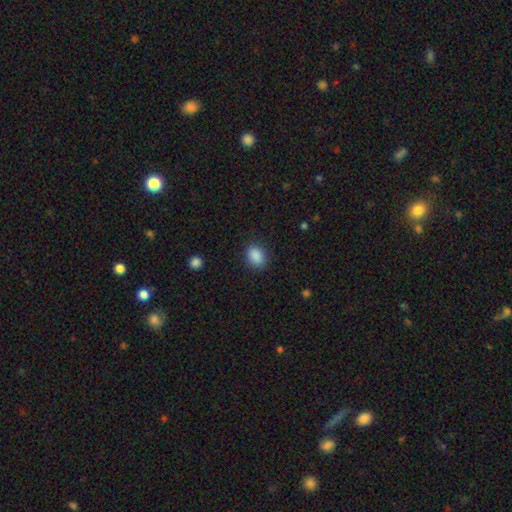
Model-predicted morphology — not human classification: Smooth or featured? smooth (88%)
How rounded? in between (66%)
Merging? none (86%)